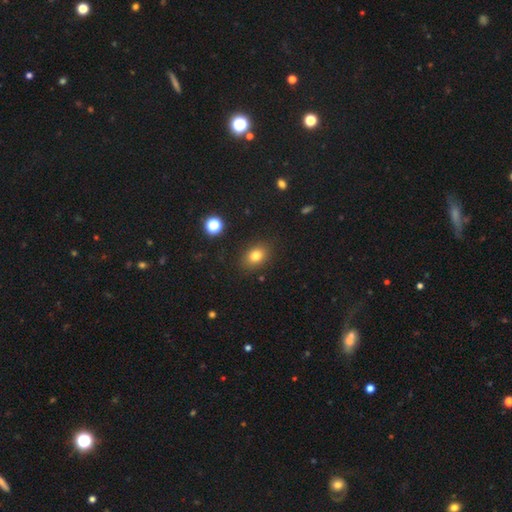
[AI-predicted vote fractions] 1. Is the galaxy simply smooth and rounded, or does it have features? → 80% smooth, 12% star or artifact, 8% featured or disk.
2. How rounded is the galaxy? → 72% in between, 27% round, 1% cigar-shaped.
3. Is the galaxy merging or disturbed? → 86% none, 10% minor disturbance, 3% major disturbance, 2% merger.